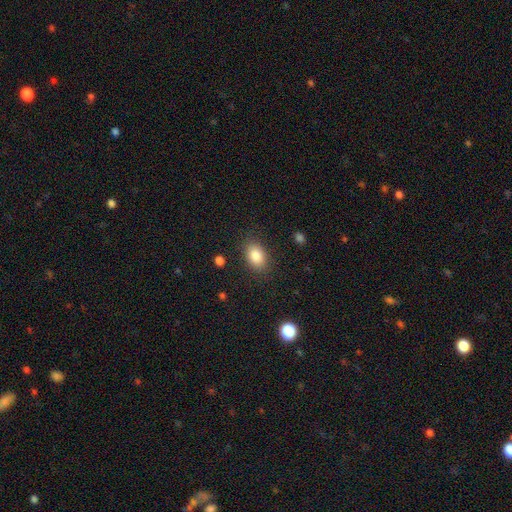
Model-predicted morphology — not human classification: smooth-or-featured: smooth: 85% | star or artifact: 8% | featured or disk: 7%
  how-rounded: in between: 83% | round: 16% | cigar-shaped: 1%
  merging: none: 84% | minor disturbance: 11% | major disturbance: 3% | merger: 1%